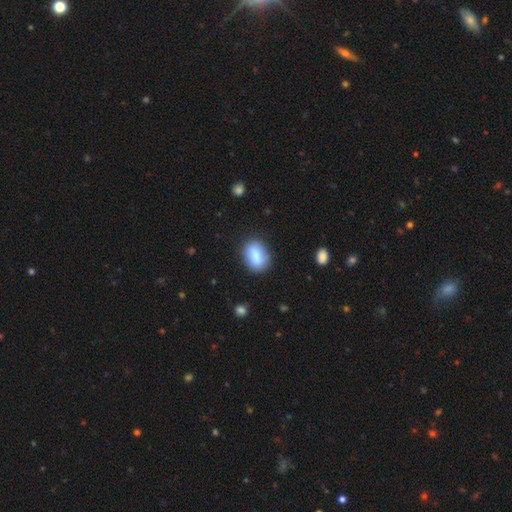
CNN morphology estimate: The model was most divided on "how rounded": in between: 82%, round: 16%, cigar-shaped: 2%. More confident: smooth or featured — smooth (84%); merging — none (82%).